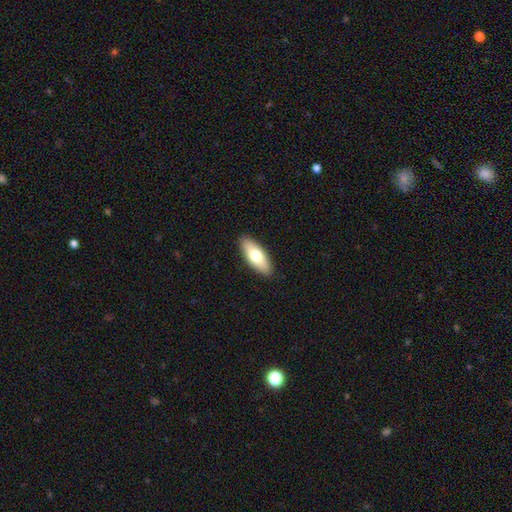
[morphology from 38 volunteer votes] A smooth galaxy with no disk features (82%) that is in between round and cigar-shaped (71%).

Vote fractions:
- Smooth or featured? smooth: 82% / featured or disk: 13% / star or artifact: 5%
- How rounded? in between: 71% / cigar-shaped: 26% / round: 3%
- Merging? none: 94% / minor disturbance: 3% / major disturbance: 3% / merger: 0%